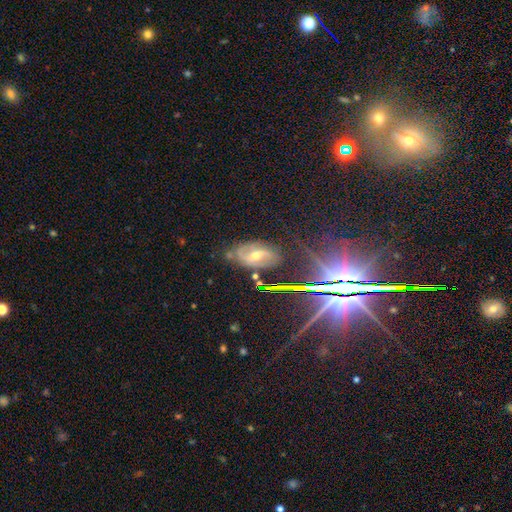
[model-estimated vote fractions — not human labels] smooth-or-featured: featured or disk: 64% | star or artifact: 21% | smooth: 15%
  disk-edge-on: no: 91% | yes: 9%
    bar: weak: 44% | strong: 31% | no: 26%
    has-spiral-arms: yes: 81% | no: 19%
    bulge-size: moderate: 55% | small: 40% | large: 2% | none: 1% | dominant: 1%
  merging: none: 72% | minor disturbance: 19% | major disturbance: 7% | merger: 2%